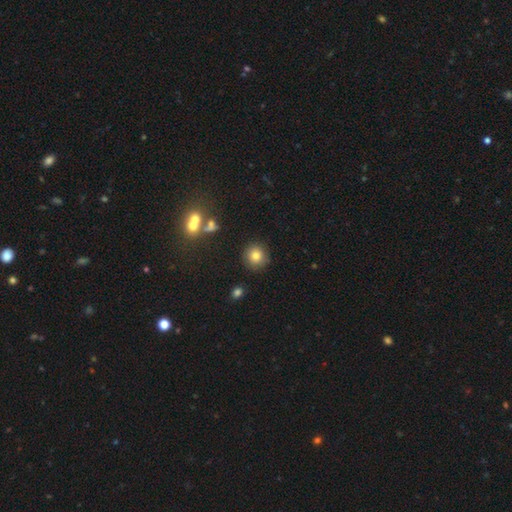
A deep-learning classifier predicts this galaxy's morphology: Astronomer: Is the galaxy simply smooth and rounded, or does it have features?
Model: smooth — 79%.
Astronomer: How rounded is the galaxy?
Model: round — 92%.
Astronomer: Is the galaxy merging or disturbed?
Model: none — 87%.